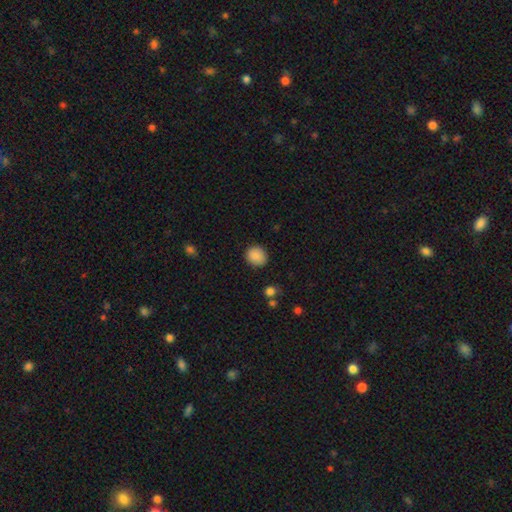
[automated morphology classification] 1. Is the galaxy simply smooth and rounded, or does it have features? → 88% smooth, 9% star or artifact, 3% featured or disk.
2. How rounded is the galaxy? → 81% round, 18% in between, 1% cigar-shaped.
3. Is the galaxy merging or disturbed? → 87% none, 9% minor disturbance, 3% major disturbance, 1% merger.